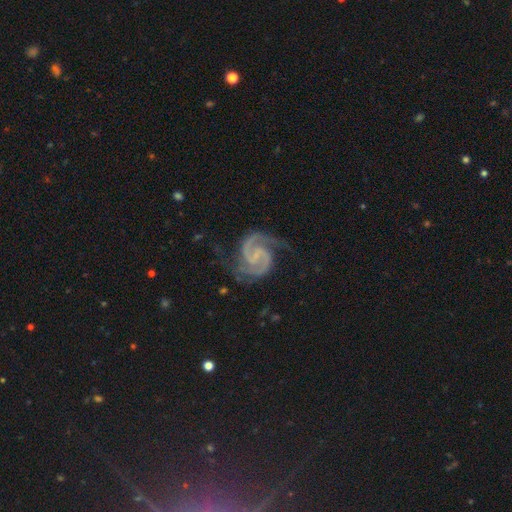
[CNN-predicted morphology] A featured or disk galaxy (94%) with a weak bar (43%), 2 (93%) medium (56%) spiral arms (99%) and a small central bulge (47%). Merging: none (74%).